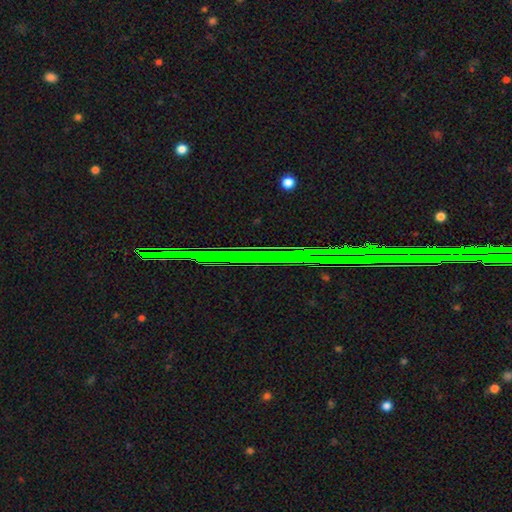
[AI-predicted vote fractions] Overall: star or artifact (76%).